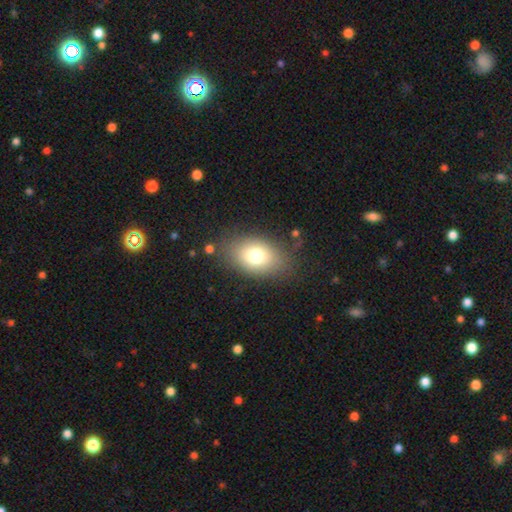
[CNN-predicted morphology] Overall: smooth (73%). How rounded: in between (79%). Merging: none (79%).